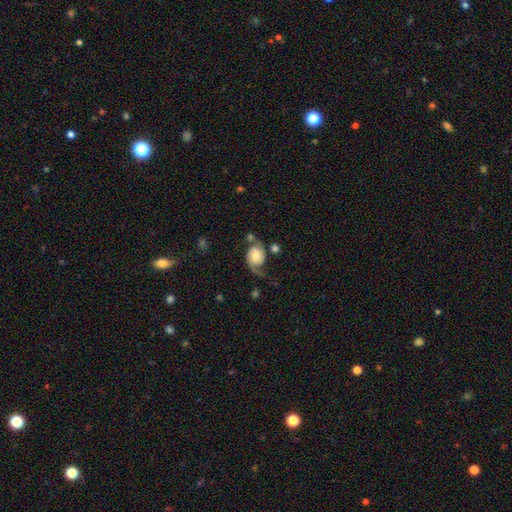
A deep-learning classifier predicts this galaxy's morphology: The model was most divided on "bulge size": moderate: 43%, small: 33%, large: 14%, none: 6%, dominant: 5%. Remaining: edge-on disk — no (97%); spiral arms — yes (94%); spiral arm count — 2 (80%); smooth or featured — featured or disk (73%); bar — no (70%); spiral winding — loose (51%); merging — none (49%).